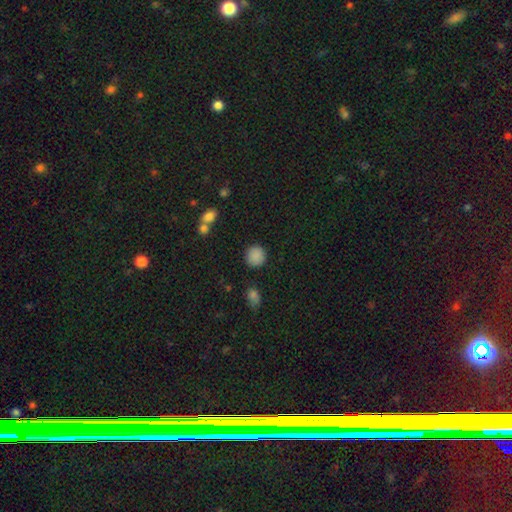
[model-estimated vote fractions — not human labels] Smooth or featured? smooth (87%)
How rounded? round (90%)
Merging? none (87%)